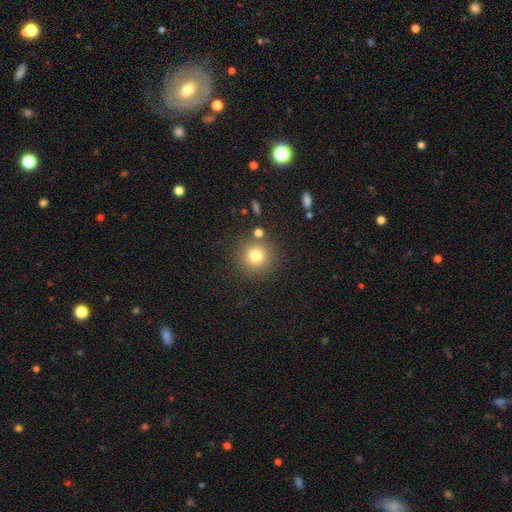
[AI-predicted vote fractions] smooth 78%, star or artifact 13%, featured or disk 9%. Down the decision tree: how rounded — round (94%); merging — none (82%).